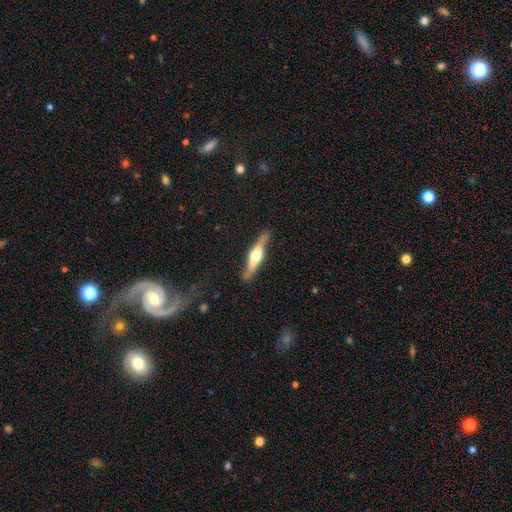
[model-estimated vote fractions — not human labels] This appears to be a featured or disk galaxy (69%) viewed edge-on (91%) with a rounded central bulge (89%). Merging: none (80%).